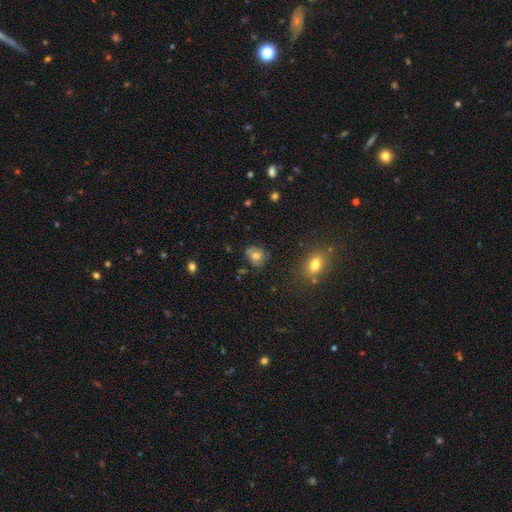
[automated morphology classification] The model was most divided on "smooth or featured": smooth: 57%, featured or disk: 30%, star or artifact: 13%. More confident: merging — none (70%); how rounded — round (65%).